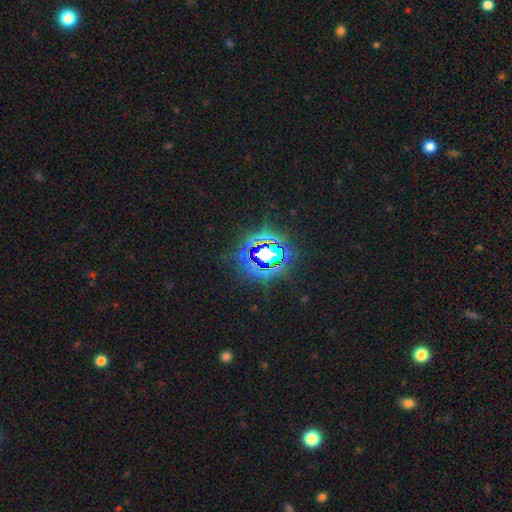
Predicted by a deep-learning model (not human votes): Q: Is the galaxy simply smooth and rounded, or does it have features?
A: star or artifact — 80%.